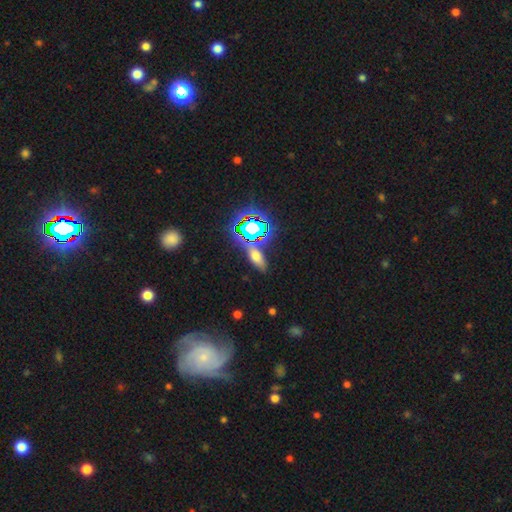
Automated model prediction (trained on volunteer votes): Q: Smooth or featured?
A: smooth (49%); runner-up: star or artifact (34%)
Q: Merging?
A: none (75%); runner-up: minor disturbance (12%)